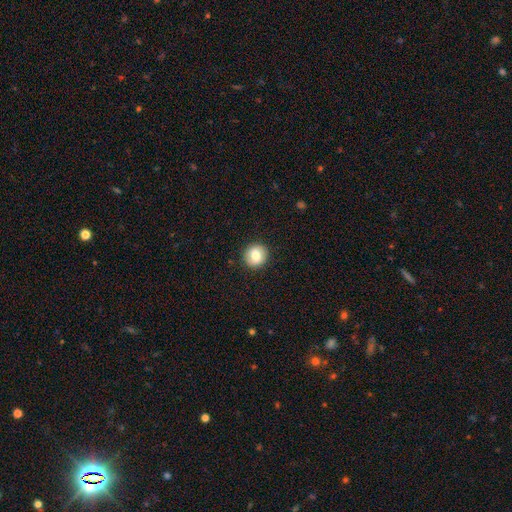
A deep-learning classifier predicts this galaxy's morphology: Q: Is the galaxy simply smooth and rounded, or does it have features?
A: smooth — 78%.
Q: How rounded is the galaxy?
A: round — 88%.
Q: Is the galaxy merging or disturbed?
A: none — 90%.